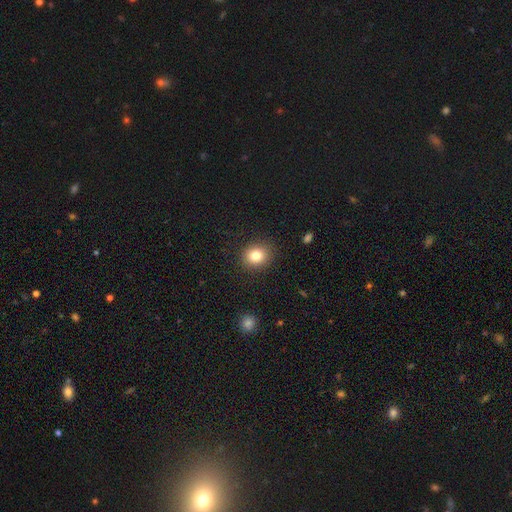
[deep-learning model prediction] smooth 81%, star or artifact 11%, featured or disk 8%. Down the decision tree: how rounded — round (71%); merging — none (89%).